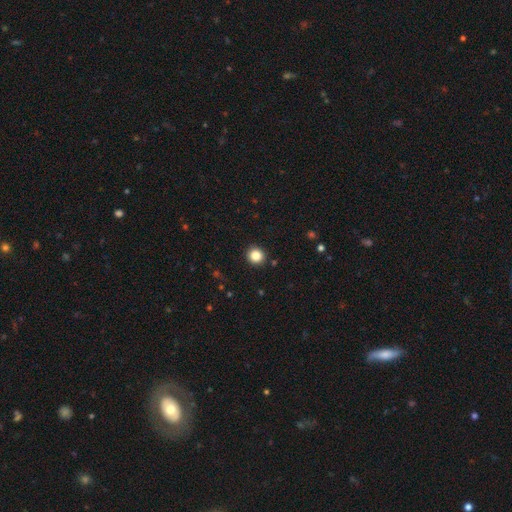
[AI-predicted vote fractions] smooth 85%, star or artifact 11%, featured or disk 4%. Down the decision tree: how rounded — round (91%); merging — none (92%).